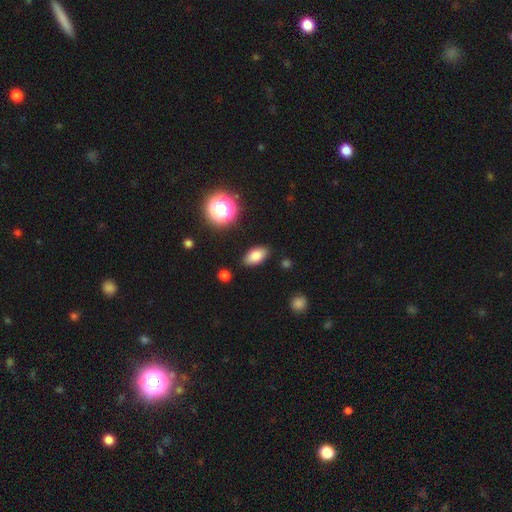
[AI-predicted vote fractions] Smooth or featured: smooth — 80% (star or artifact — 11%)
How rounded: in between — 90% (round — 7%)
Merging: none — 86% (minor disturbance — 9%)